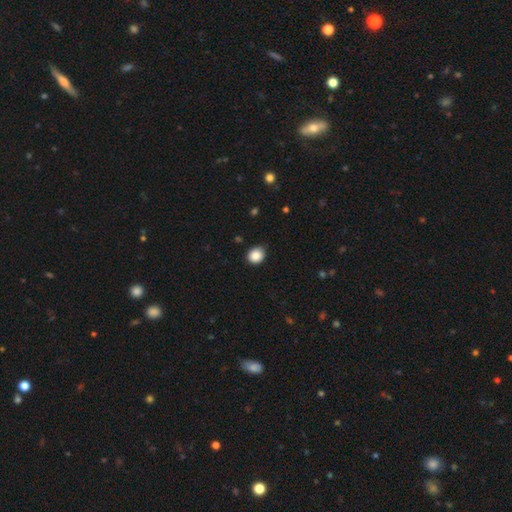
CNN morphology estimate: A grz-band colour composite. It shows a smooth galaxy with no disk features (87%) that is round (72%). Merging: none (84%).